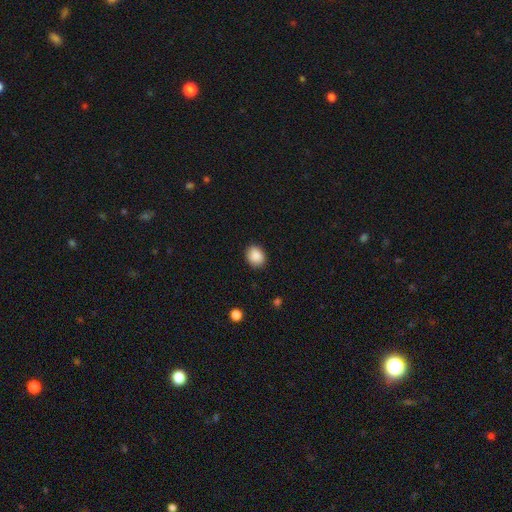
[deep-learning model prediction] smooth-or-featured: smooth: 88% | star or artifact: 8% | featured or disk: 4%
  how-rounded: in between: 52% | round: 47% | cigar-shaped: 1%
  merging: none: 84% | minor disturbance: 12% | major disturbance: 3% | merger: 1%